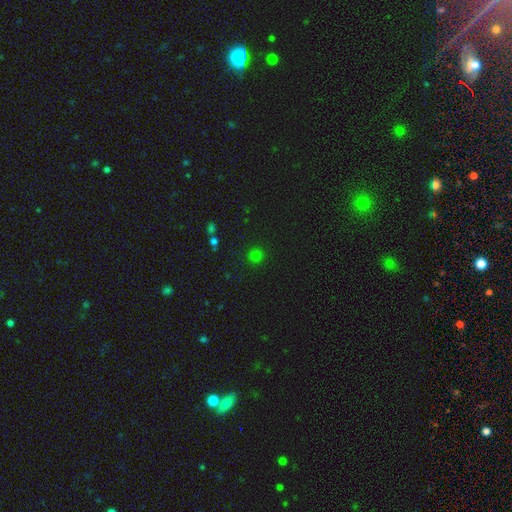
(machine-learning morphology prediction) smooth-or-featured: smooth: 74% | star or artifact: 22% | featured or disk: 4%
  how-rounded: round: 93% | in between: 6% | cigar-shaped: 1%
  merging: none: 90% | minor disturbance: 6% | major disturbance: 2% | merger: 2%